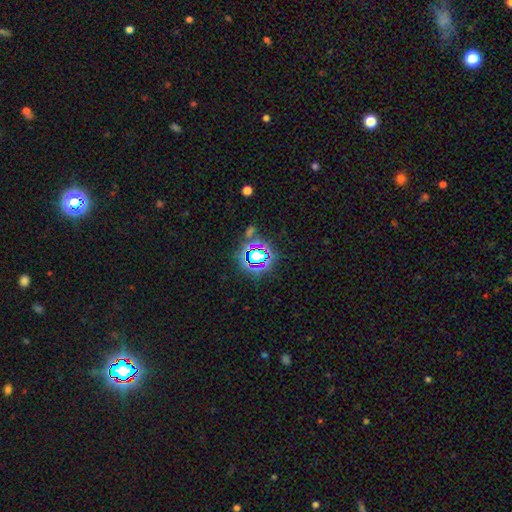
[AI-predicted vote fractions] Overall: star or artifact (63%; smooth 25%).